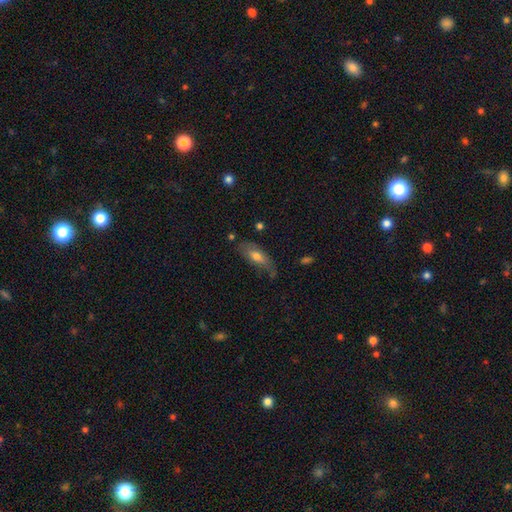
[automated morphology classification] Smooth or featured: smooth — 61% (featured or disk — 31%)
How rounded: in between — 72% (cigar-shaped — 25%)
Merging: none — 55% (minor disturbance — 29%)